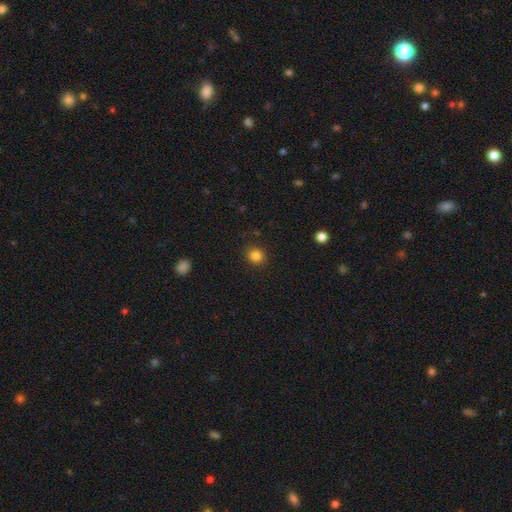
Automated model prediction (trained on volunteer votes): The model was most divided on "smooth or featured": smooth: 84%, star or artifact: 12%, featured or disk: 4%. More confident: merging — none (90%); how rounded — round (88%).